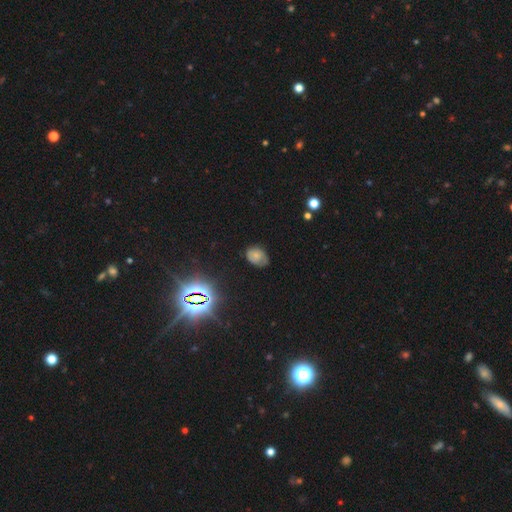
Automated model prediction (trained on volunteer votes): Overall: smooth (66%). How rounded: in between (71%). Merging: none (64%; minor disturbance 28%).